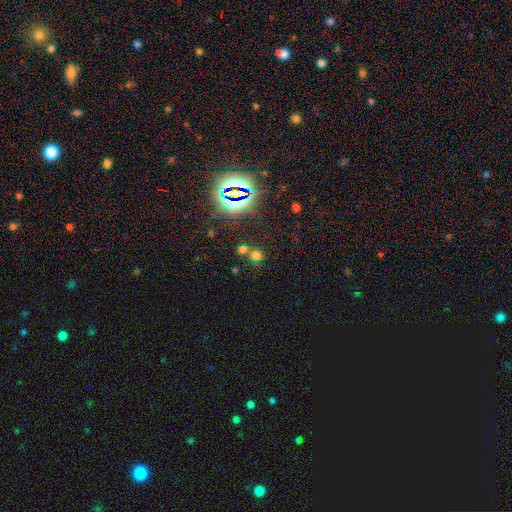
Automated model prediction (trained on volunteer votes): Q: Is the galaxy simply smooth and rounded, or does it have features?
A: smooth — 46%.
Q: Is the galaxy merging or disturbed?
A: none — 61%.